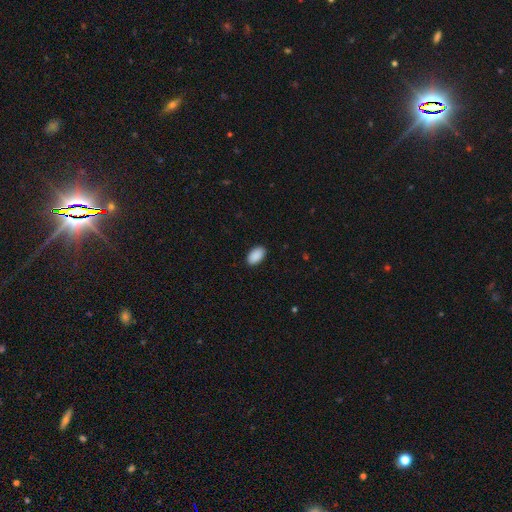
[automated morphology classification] A smooth galaxy with no disk features (91%) that is in between round and cigar-shaped (94%). Merging: none (90%).